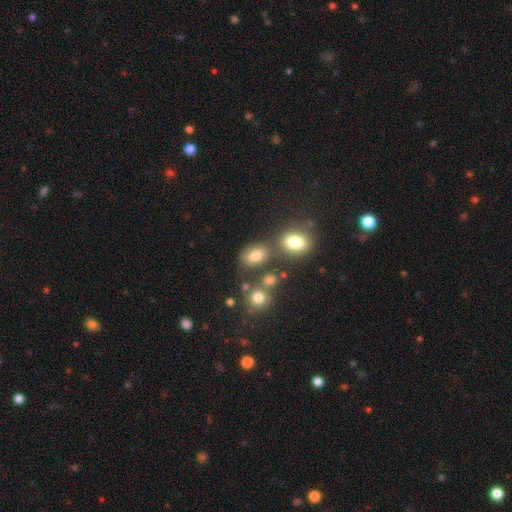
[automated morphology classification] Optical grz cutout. It shows a smooth galaxy with no disk features (78%) that is in between round and cigar-shaped (76%). Merging: none (61%).